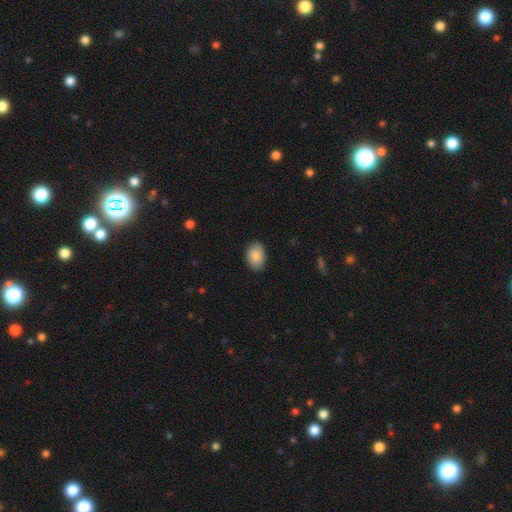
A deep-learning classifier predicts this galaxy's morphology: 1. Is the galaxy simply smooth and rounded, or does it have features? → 88% smooth, 6% star or artifact, 6% featured or disk.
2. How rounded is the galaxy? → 89% in between, 10% round, 1% cigar-shaped.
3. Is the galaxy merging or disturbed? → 88% none, 9% minor disturbance, 2% major disturbance, 1% merger.